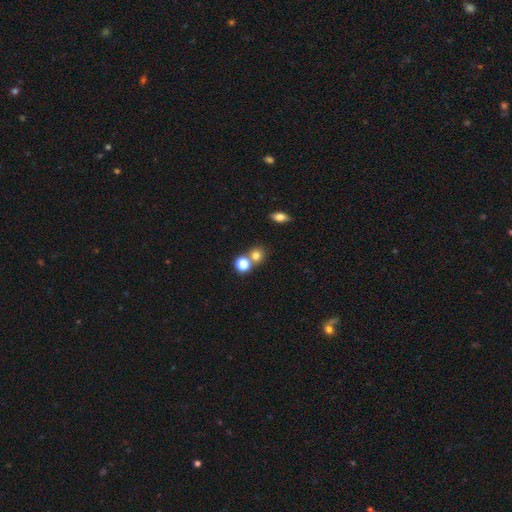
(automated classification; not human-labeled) A smooth galaxy with no disk features (76%) that is round (84%). Merging: none (59%).